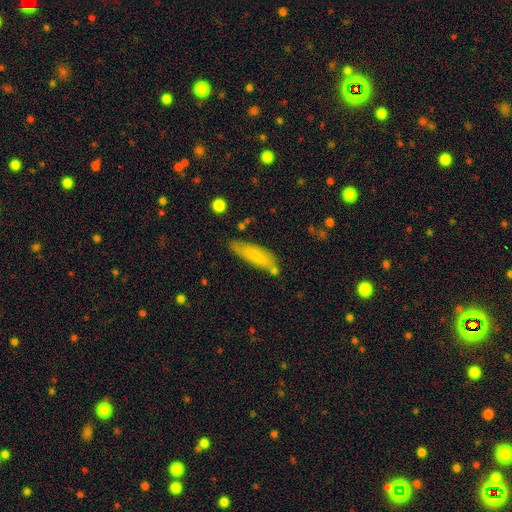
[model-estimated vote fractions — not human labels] The model was most divided on "how rounded": cigar-shaped: 61%, in between: 38%, round: 2%. More confident: smooth or featured — smooth (75%); merging — none (72%).